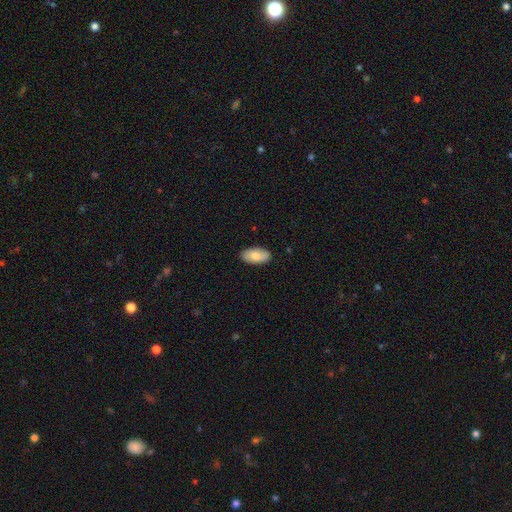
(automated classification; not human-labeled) smooth-or-featured: smooth: 79% | featured or disk: 16% | star or artifact: 6%
  how-rounded: in between: 95% | round: 3% | cigar-shaped: 3%
  merging: none: 87% | minor disturbance: 10% | major disturbance: 2% | merger: 1%